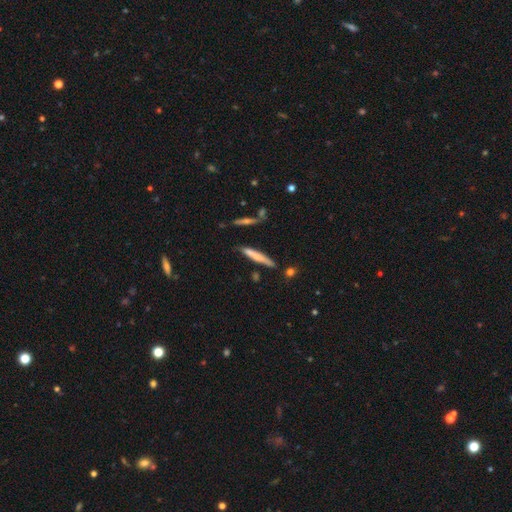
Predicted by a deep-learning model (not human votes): This is likely a smooth galaxy (64%). How rounded: clearly cigar-shaped (93%). Merging: likely none (77%).